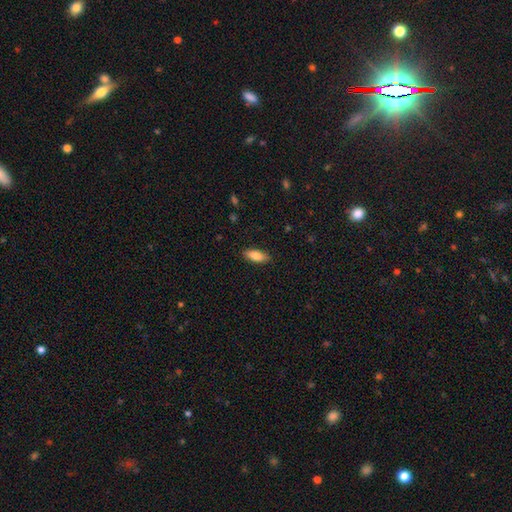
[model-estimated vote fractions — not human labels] Morphology: type=smooth (81%); roundness=in between (72%); merging=none (88%).